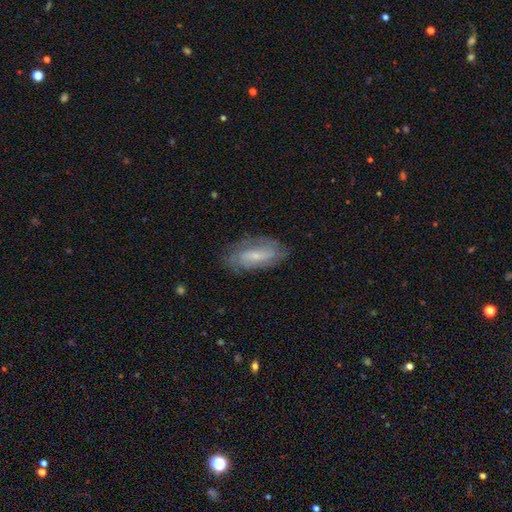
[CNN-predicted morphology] A featured or disk galaxy (62%) with a weak bar (42%), spiral arms (81%) and a small central bulge (69%). Merging: none (74%).